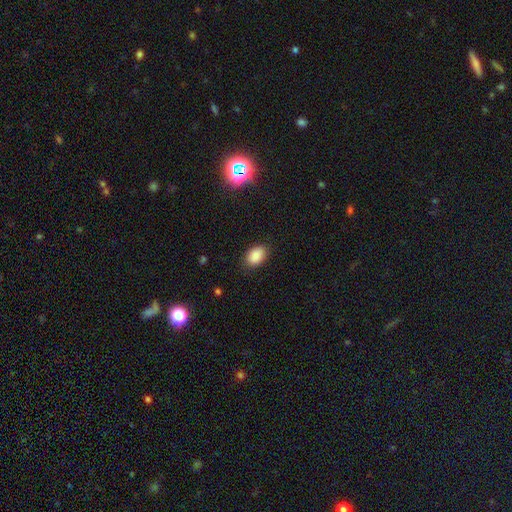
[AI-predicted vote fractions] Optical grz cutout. It shows a smooth galaxy with no disk features (87%) that is in between round and cigar-shaped (86%). Merging: none (85%).